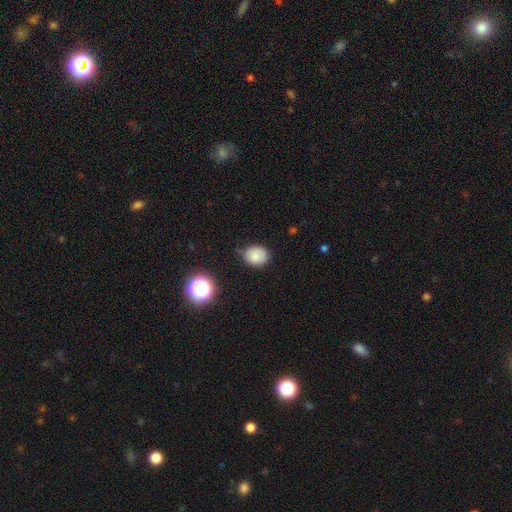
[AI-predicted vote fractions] Smooth or featured: smooth — 82% (star or artifact — 11%)
How rounded: round — 59% (in between — 40%)
Merging: none — 69% (minor disturbance — 25%)